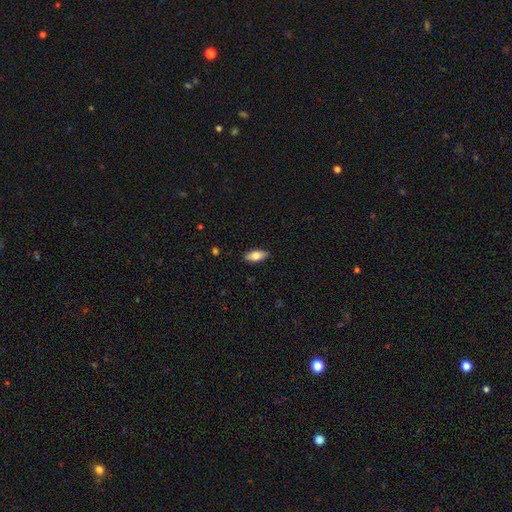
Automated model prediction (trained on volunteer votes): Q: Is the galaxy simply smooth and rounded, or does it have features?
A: smooth — 79%.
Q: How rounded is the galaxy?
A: in between — 85%.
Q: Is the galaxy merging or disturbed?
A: none — 89%.